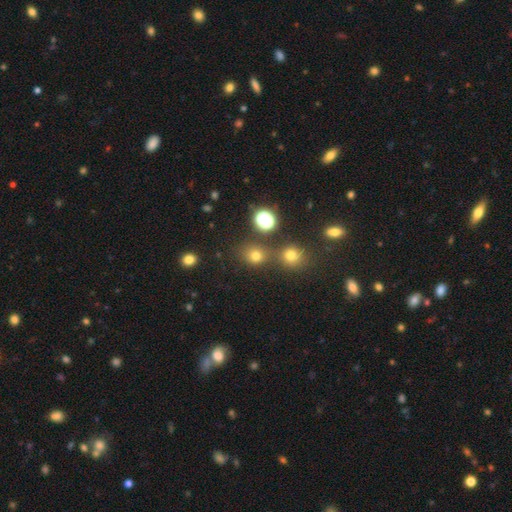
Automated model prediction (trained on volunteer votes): smooth 69%, star or artifact 24%, featured or disk 7%. Down the decision tree: how rounded — round (78%); merging — none (69%).